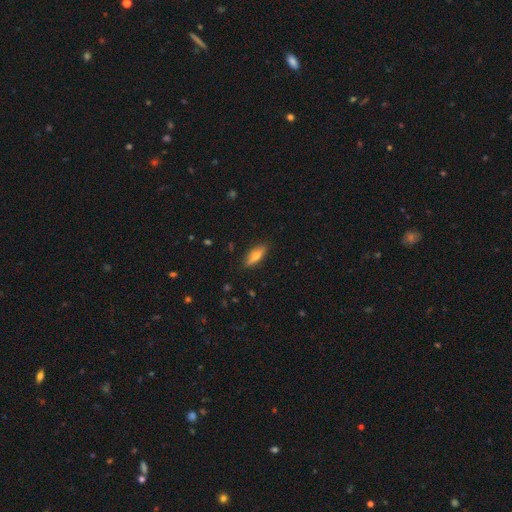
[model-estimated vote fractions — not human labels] This appears to be a smooth galaxy with no disk features (56%) that is in between round and cigar-shaped (54%). Merging: none (86%).